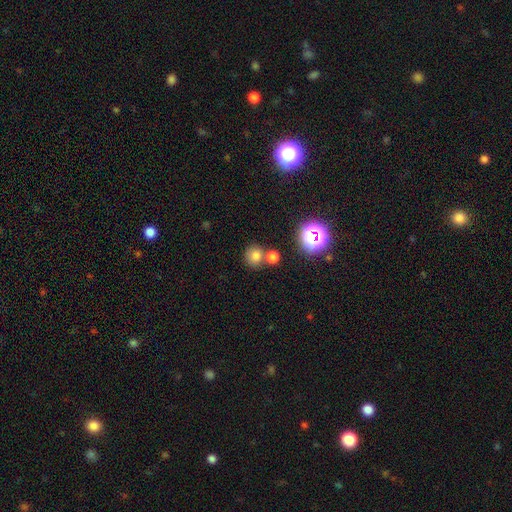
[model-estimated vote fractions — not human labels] Smooth or featured?
  - smooth: 73% *
  - star or artifact: 18%
  - featured or disk: 8%
How rounded?
  - round: 85% *
  - in between: 14%
  - cigar-shaped: 1%
Merging?
  - none: 62% *
  - merger: 26%
  - minor disturbance: 9%
  - major disturbance: 3%